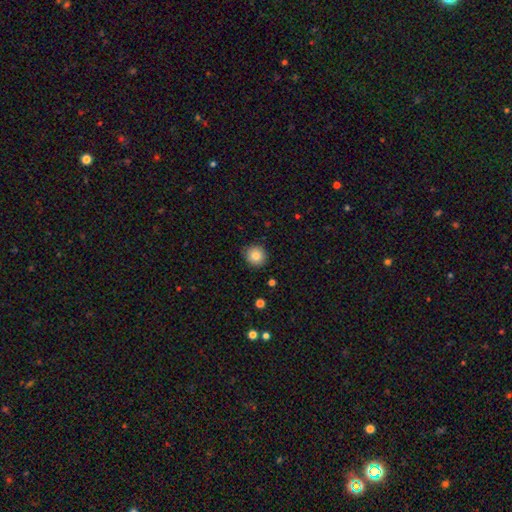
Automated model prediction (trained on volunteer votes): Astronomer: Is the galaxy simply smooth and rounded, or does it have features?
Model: smooth — 83%.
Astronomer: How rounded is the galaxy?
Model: round — 90%.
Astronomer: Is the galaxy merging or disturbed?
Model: none — 86%.